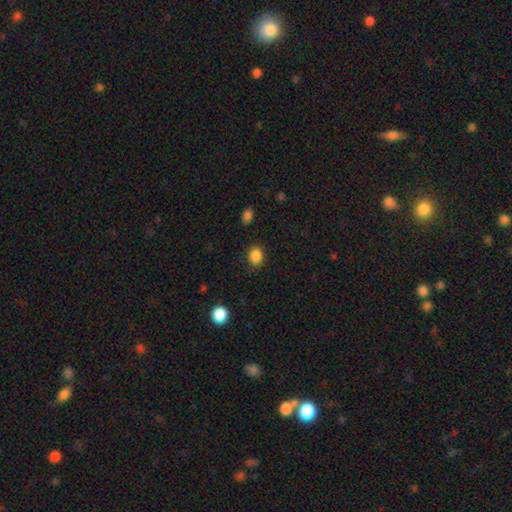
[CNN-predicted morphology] This appears to be a smooth galaxy with no disk features (87%) that is round (51%). Merging: none (82%).